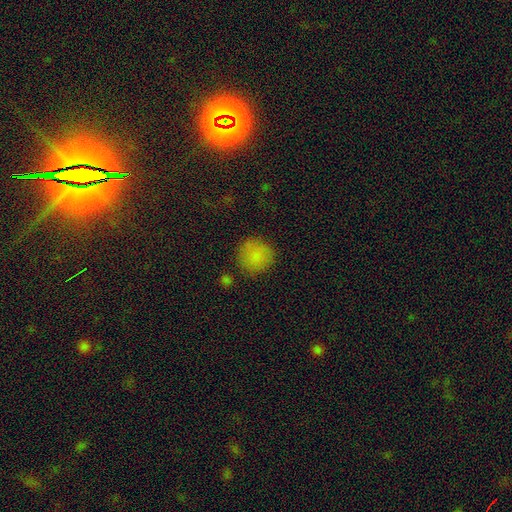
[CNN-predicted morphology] type=smooth (82%); roundness=round (93%); merging=none (82%).